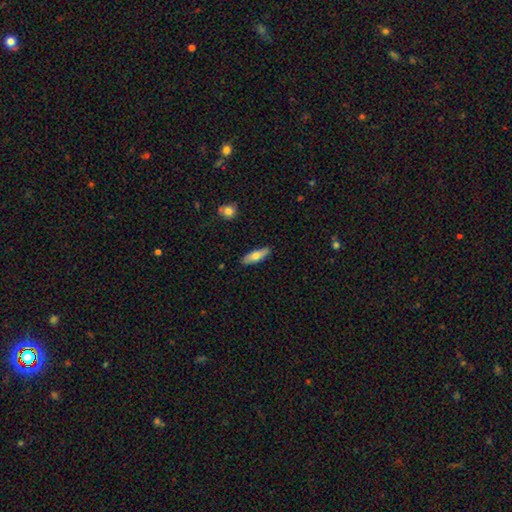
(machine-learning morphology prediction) Smooth or featured: smooth — 71% (featured or disk — 23%)
How rounded: in between — 51% (cigar-shaped — 47%)
Merging: none — 87% (minor disturbance — 10%)